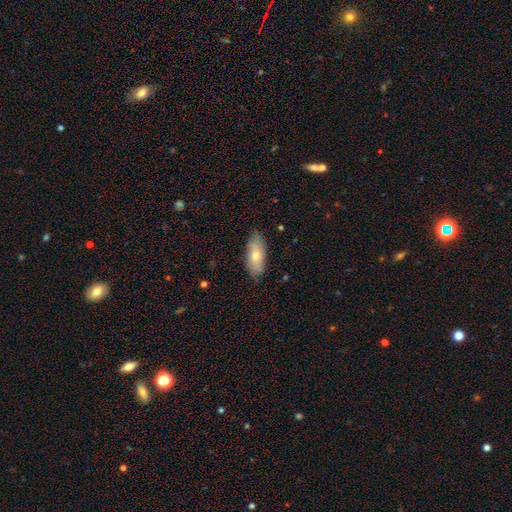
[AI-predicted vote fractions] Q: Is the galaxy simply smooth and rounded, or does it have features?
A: smooth — 69%.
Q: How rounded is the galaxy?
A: in between — 82%.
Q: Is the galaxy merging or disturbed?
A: none — 84%.